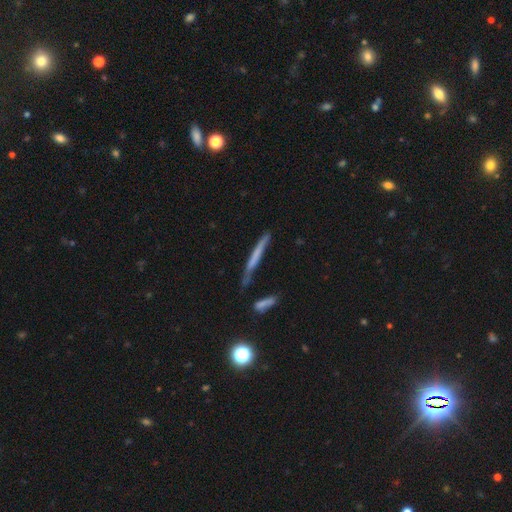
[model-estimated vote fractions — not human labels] This appears to be a smooth galaxy with no disk features (51%) that is cigar-shaped (95%). Merging: none (65%).